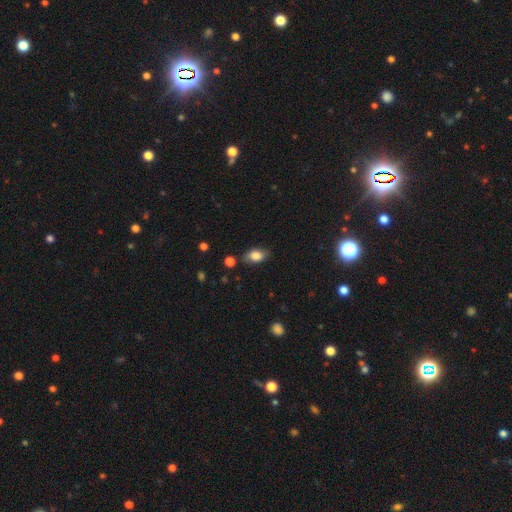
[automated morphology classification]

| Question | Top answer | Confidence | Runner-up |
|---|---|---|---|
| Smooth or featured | smooth | 83% | featured or disk (9%) |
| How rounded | in between | 88% | round (9%) |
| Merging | none | 78% | minor disturbance (16%) |